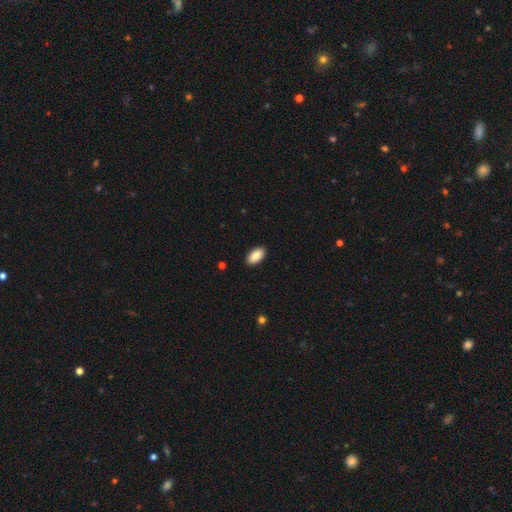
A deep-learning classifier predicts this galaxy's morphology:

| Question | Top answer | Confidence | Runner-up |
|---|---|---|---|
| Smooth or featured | smooth | 88% | star or artifact (7%) |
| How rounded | in between | 95% | round (3%) |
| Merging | none | 90% | minor disturbance (7%) |